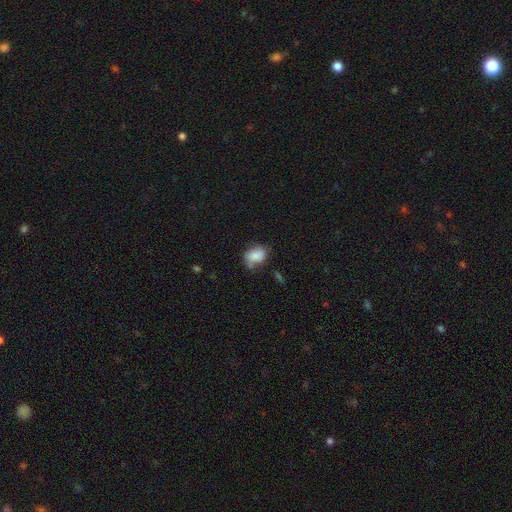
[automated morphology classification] The model was most divided on "merging": none: 52%, minor disturbance: 30%, major disturbance: 9%, merger: 8%. More confident: smooth or featured — smooth (82%); how rounded — in between (68%).